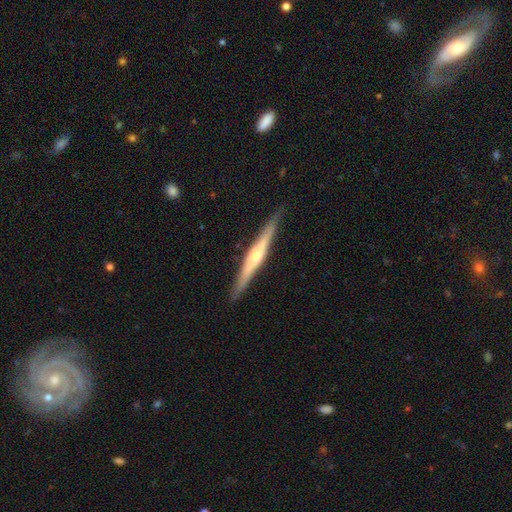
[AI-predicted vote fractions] A featured or disk galaxy (72%) viewed edge-on (97%) with a rounded central bulge (79%).

Vote fractions:
- Smooth or featured? featured or disk: 72% / smooth: 22% / star or artifact: 5%
- Edge-on disk? yes: 97% / no: 3%
- Edge-on bulge? rounded: 79% / none: 13% / boxy: 9%
- Merging? none: 90% / minor disturbance: 8% / major disturbance: 1% / merger: 1%